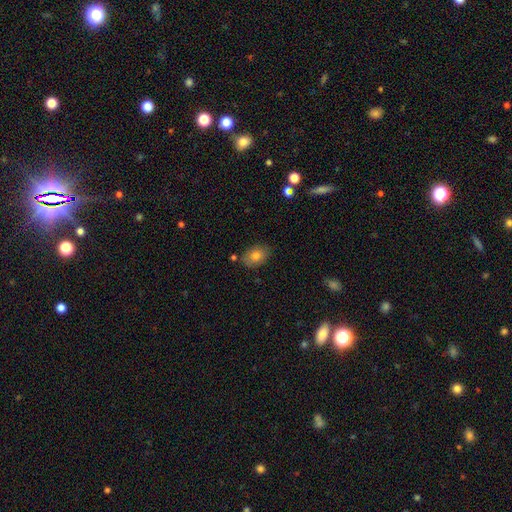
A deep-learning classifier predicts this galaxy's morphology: A smooth galaxy with no disk features (78%) that is in between round and cigar-shaped (76%). Merging: none (77%).